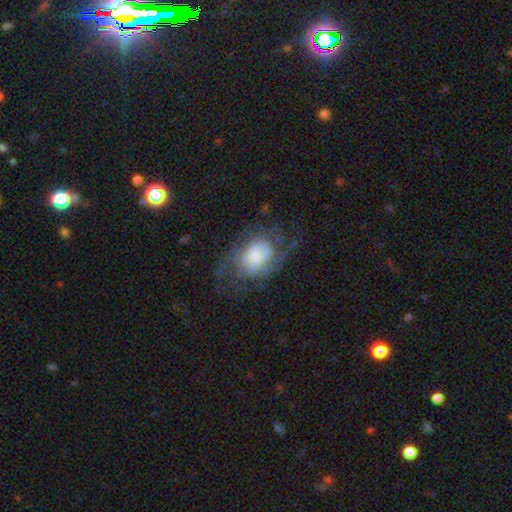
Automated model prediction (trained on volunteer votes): This is likely a featured or disk galaxy (68%). It is clearly not viewed edge-on (97%). Bar: likely no (69%). Spiral arm pattern: clearly yes (83%). Spiral arm count: marginally can't tell (40%). Spiral winding: marginally medium (41%). Central bulge: marginally large (33%). Merging: possibly none (53%).